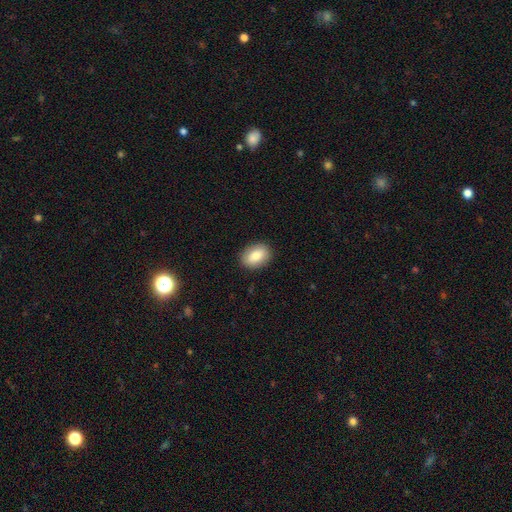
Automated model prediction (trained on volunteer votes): This is clearly a smooth galaxy (84%). How rounded: likely in between (78%). Merging: clearly none (89%).